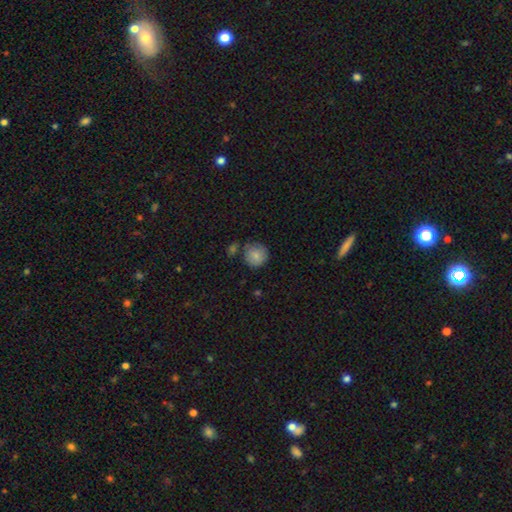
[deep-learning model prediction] Smooth or featured? Predicted: smooth (p=0.82). How rounded? Predicted: round (p=0.91). Merging? Predicted: none (p=0.69).